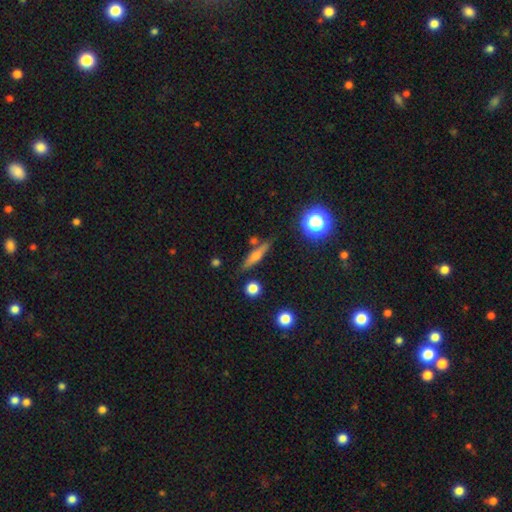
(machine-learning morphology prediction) Smooth or featured? Predicted: featured or disk (p=0.48). Merging? Predicted: none (p=0.80).